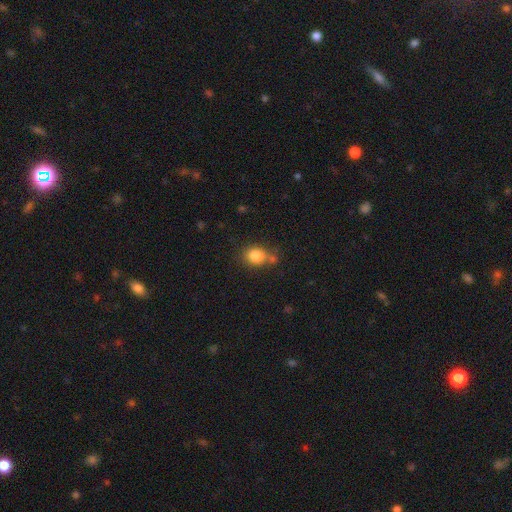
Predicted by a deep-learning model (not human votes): Q: Smooth or featured?
A: smooth (83%); runner-up: star or artifact (10%)
Q: How rounded?
A: round (58%); runner-up: in between (41%)
Q: Merging?
A: none (58%); runner-up: merger (19%)